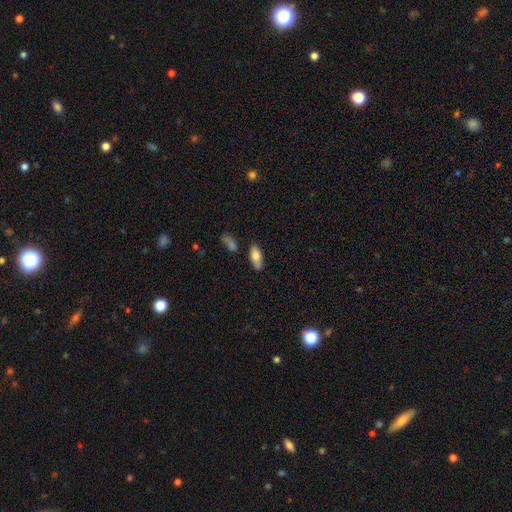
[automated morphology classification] This appears to be a smooth galaxy with no disk features (75%) that is in between round and cigar-shaped (78%). Merging: none (71%).